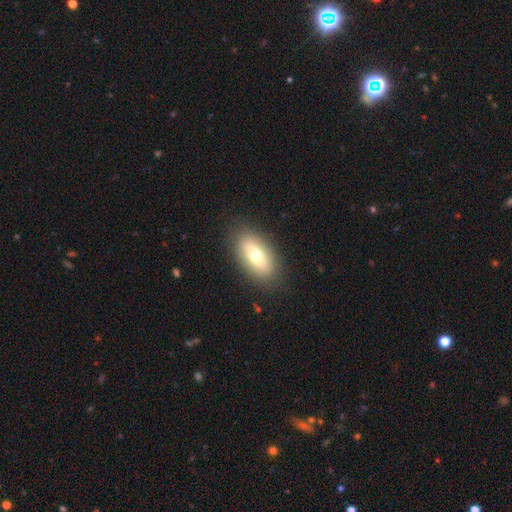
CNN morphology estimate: A smooth galaxy with no disk features (67%) that is in between round and cigar-shaped (90%). Merging: none (86%).